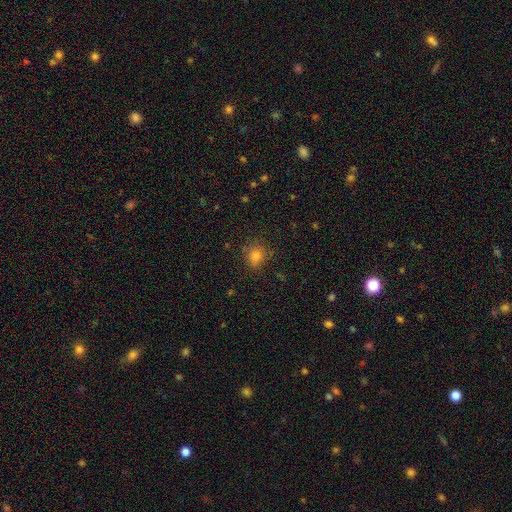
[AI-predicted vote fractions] A smooth galaxy with no disk features (80%) that is round (73%).

Vote fractions:
- Smooth or featured? smooth: 80% / star or artifact: 14% / featured or disk: 6%
- How rounded? round: 73% / in between: 26% / cigar-shaped: 1%
- Merging? none: 81% / minor disturbance: 14% / major disturbance: 4% / merger: 2%